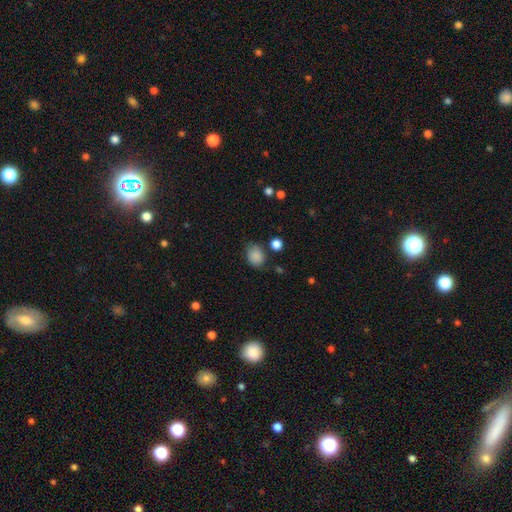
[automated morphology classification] Smooth or featured? smooth (86%)
How rounded? in between (51%)
Merging? none (72%)